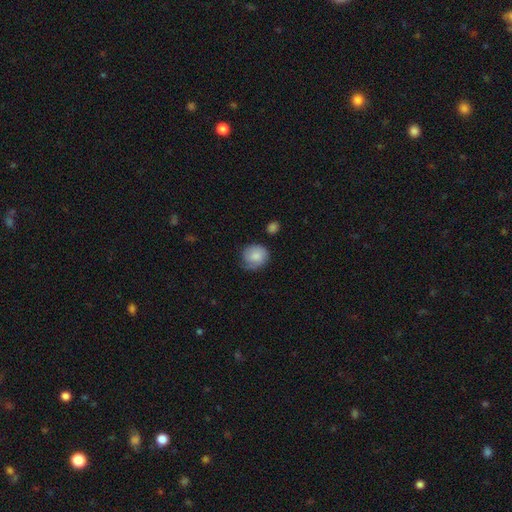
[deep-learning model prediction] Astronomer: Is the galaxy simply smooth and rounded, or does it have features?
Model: smooth — 76%.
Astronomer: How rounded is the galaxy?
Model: round — 79%.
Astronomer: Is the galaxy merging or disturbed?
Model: none — 60%.